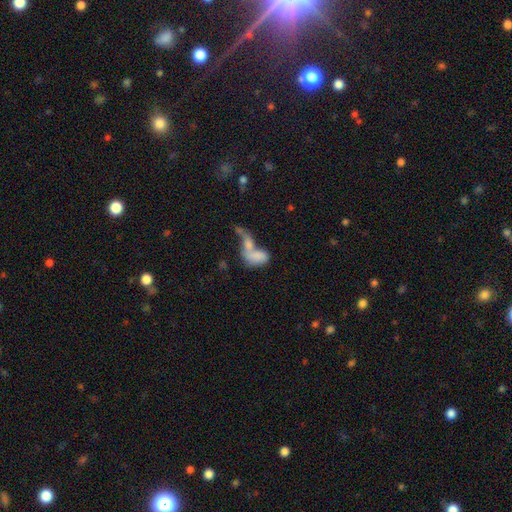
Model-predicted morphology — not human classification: type=smooth (68%); roundness=in between (86%); merging=merger (71%).